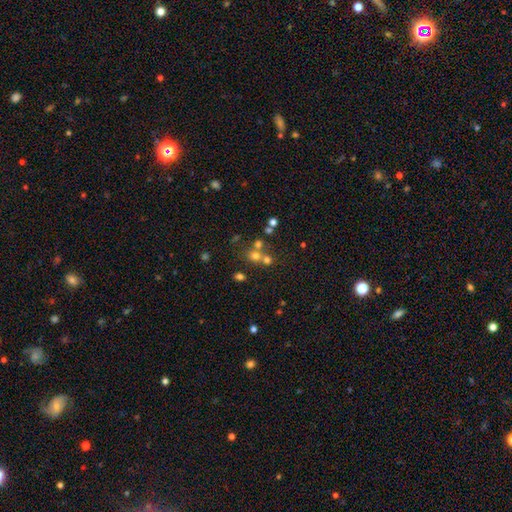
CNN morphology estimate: smooth_or_featured: smooth (p=0.60) [alt: star or artifact p=0.24]
how_rounded: round (p=0.81) [alt: in between p=0.18]
merging: none (p=0.48) [alt: merger p=0.41]